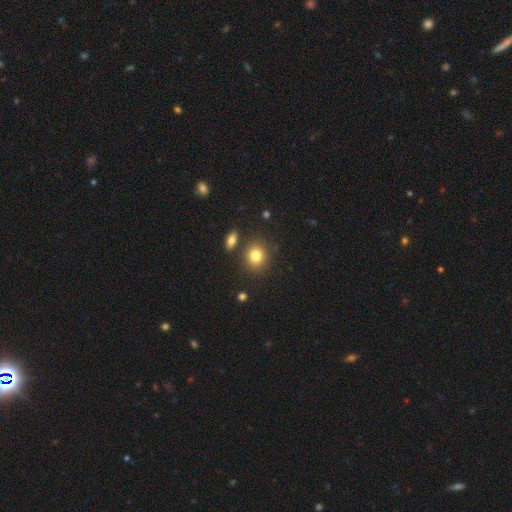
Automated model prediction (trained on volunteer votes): smooth-or-featured: smooth: 82% | star or artifact: 10% | featured or disk: 8%
  how-rounded: round: 73% | in between: 26% | cigar-shaped: 1%
  merging: none: 81% | minor disturbance: 9% | merger: 7% | major disturbance: 3%